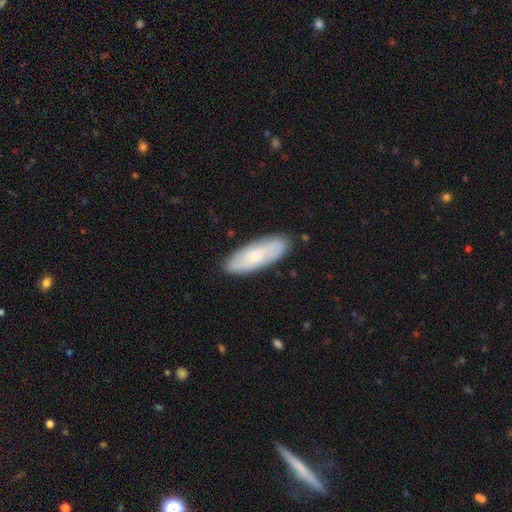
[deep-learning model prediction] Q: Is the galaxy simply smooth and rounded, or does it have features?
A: smooth — 59%.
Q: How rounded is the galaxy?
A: in between — 64%.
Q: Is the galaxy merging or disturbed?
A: none — 87%.